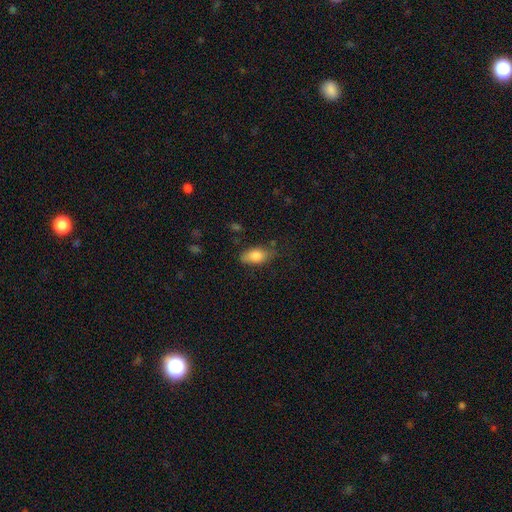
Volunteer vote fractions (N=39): Smooth or featured?
  - smooth: 87% *
  - star or artifact: 8%
  - featured or disk: 5%
How rounded?
  - in between: 94% *
  - round: 6%
  - cigar-shaped: 0%
Merging?
  - none: 81% *
  - minor disturbance: 17%
  - major disturbance: 3%
  - merger: 0%